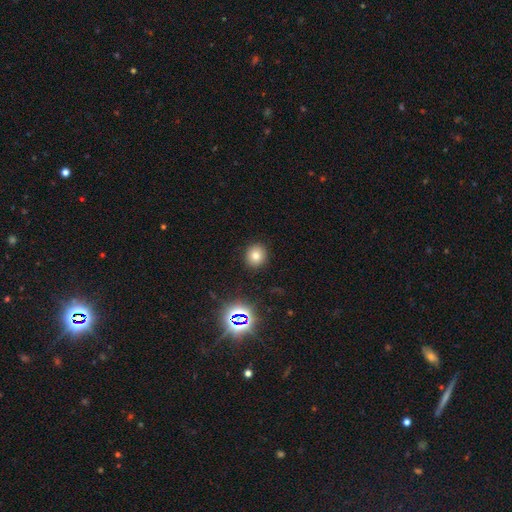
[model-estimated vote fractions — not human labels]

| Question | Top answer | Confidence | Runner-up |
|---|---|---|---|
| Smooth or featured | smooth | 73% | star or artifact (18%) |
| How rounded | round | 85% | in between (14%) |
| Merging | none | 90% | minor disturbance (6%) |